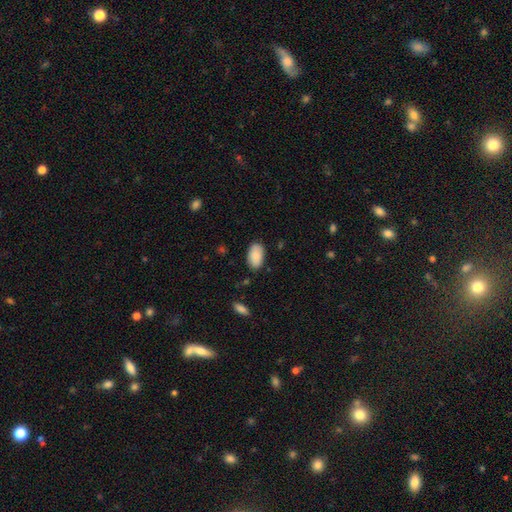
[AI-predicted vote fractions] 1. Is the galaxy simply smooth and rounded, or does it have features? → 87% smooth, 7% featured or disk, 6% star or artifact.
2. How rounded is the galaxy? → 95% in between, 4% round, 1% cigar-shaped.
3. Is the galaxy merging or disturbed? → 84% none, 12% minor disturbance, 2% major disturbance, 1% merger.